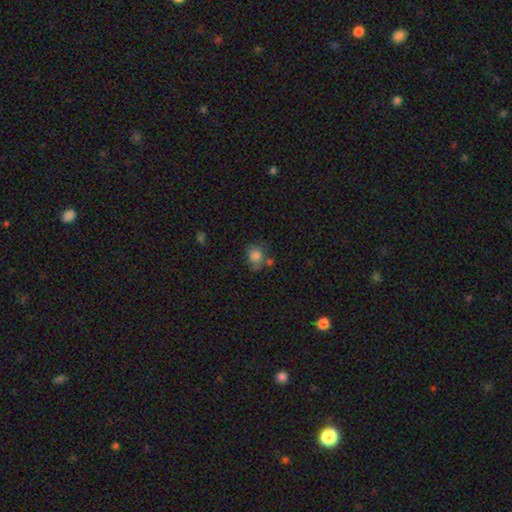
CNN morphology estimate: smooth 81%, star or artifact 10%, featured or disk 8%. Down the decision tree: how rounded — round (70%); merging — none (55%).